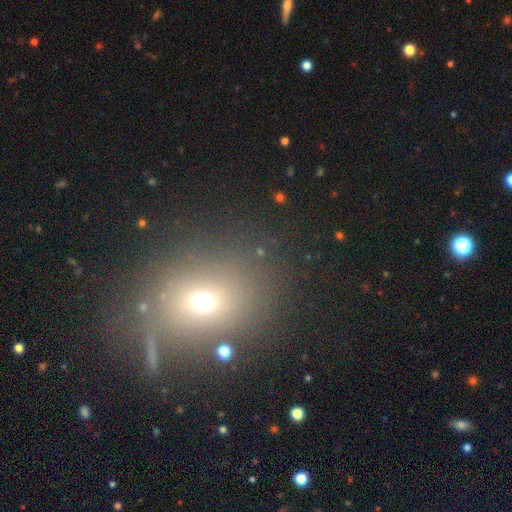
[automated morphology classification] The model was most divided on "smooth or featured": smooth: 53%, star or artifact: 35%, featured or disk: 13%. More confident: merging — none (77%); how rounded — round (60%).